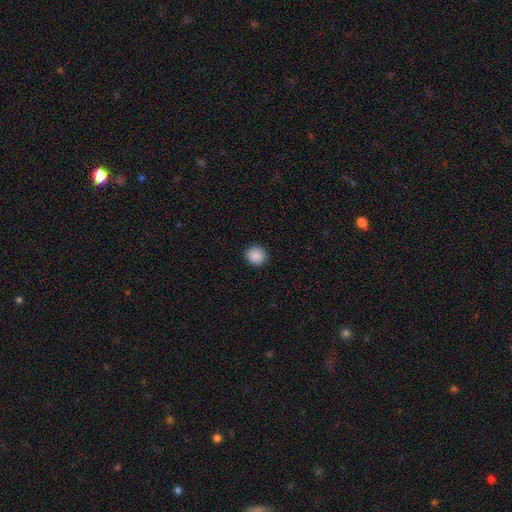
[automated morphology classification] Smooth or featured: smooth — 89% (star or artifact — 8%)
How rounded: round — 91% (in between — 8%)
Merging: none — 92% (minor disturbance — 5%)